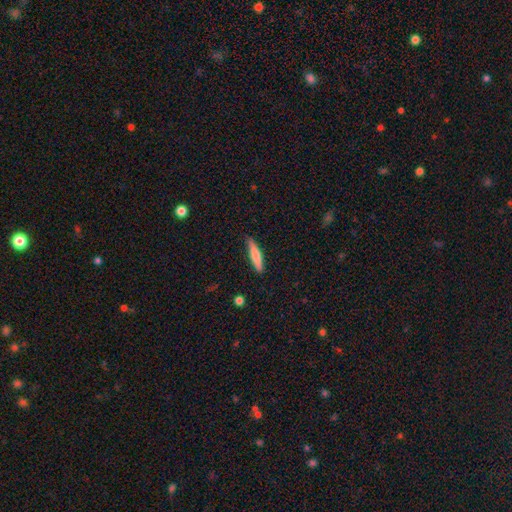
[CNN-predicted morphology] smooth 71%, featured or disk 23%, star or artifact 5%. Down the decision tree: how rounded — cigar-shaped (87%); merging — none (82%).